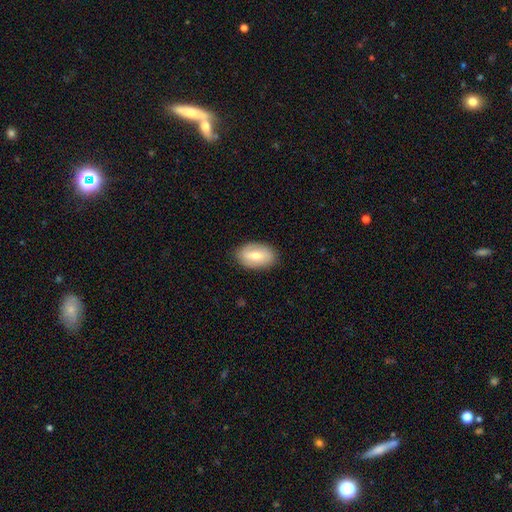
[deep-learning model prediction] Smooth or featured? smooth (62%)
How rounded? in between (89%)
Merging? none (85%)